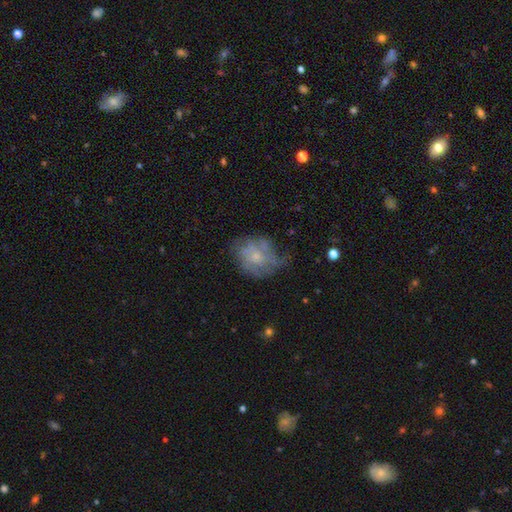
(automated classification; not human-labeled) Smooth or featured: featured or disk — 53% (smooth — 37%)
Edge-on disk: no — 97% (yes — 3%)
Bar: no — 85% (weak — 13%)
Spiral arms: yes — 53% (no — 47%)
Bulge size: small — 69% (moderate — 22%)
Merging: none — 42% (minor disturbance — 31%)